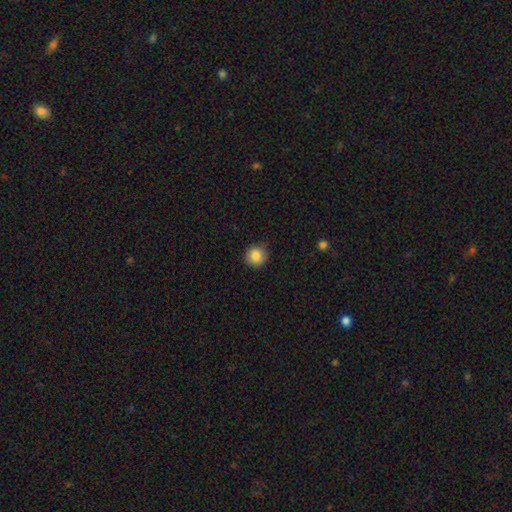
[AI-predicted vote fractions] Smooth or featured: smooth — 85% (star or artifact — 9%)
How rounded: round — 93% (in between — 6%)
Merging: none — 87% (minor disturbance — 10%)